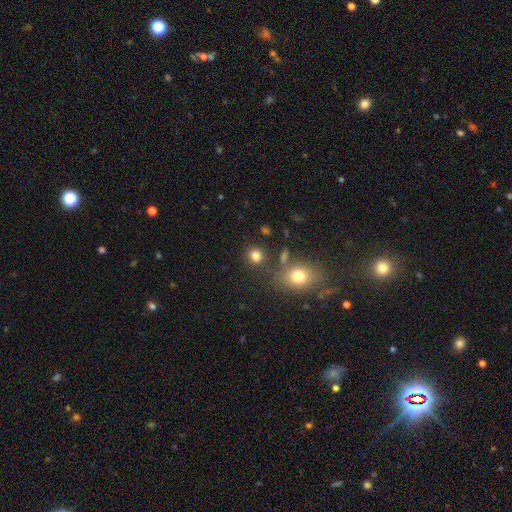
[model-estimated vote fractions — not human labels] smooth_or_featured: smooth (p=0.81) [alt: star or artifact p=0.13]
how_rounded: round (p=0.81) [alt: in between p=0.18]
merging: none (p=0.78) [alt: minor disturbance p=0.09]